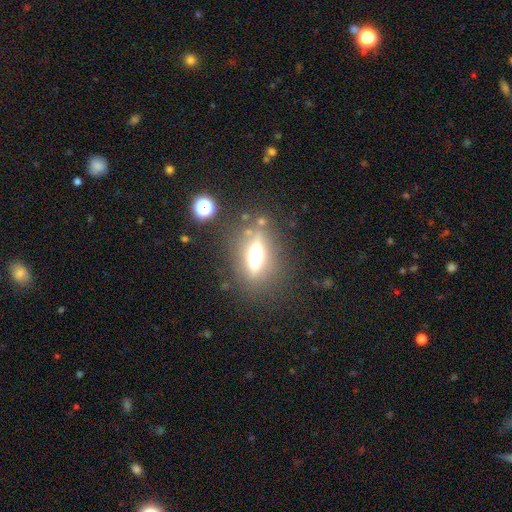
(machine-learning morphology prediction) Q: Smooth or featured?
A: featured or disk (55%); runner-up: smooth (28%)
Q: Edge-on disk?
A: yes (80%); runner-up: no (20%)
Q: Merging?
A: none (75%); runner-up: minor disturbance (12%)